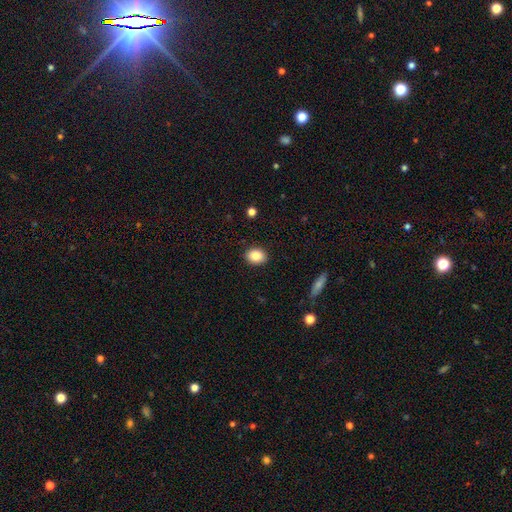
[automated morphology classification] Smooth or featured? smooth (85%)
How rounded? in between (63%)
Merging? none (90%)